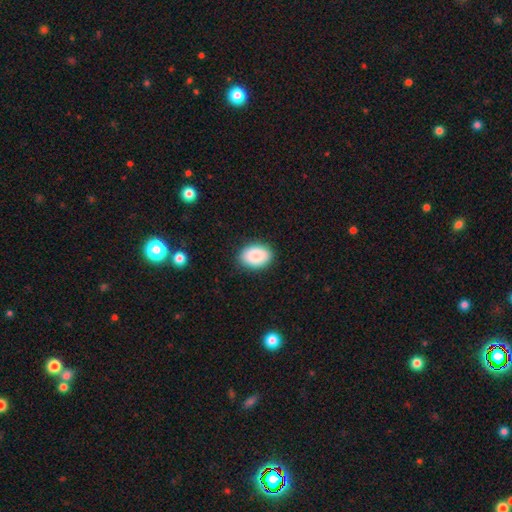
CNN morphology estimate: Smooth or featured: smooth — 88% (star or artifact — 7%)
How rounded: in between — 79% (round — 20%)
Merging: none — 88% (minor disturbance — 9%)